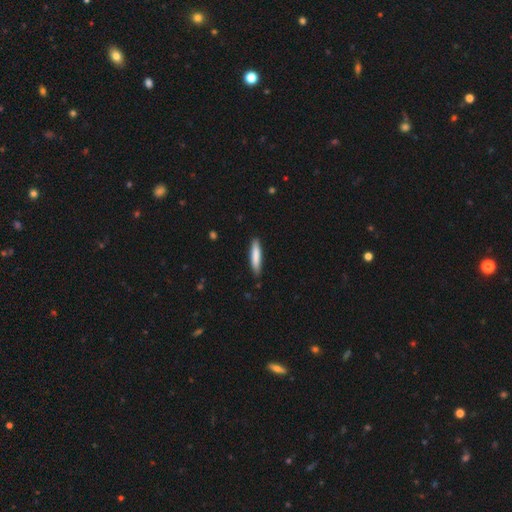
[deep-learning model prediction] Q: Smooth or featured?
A: smooth (81%); runner-up: featured or disk (13%)
Q: How rounded?
A: cigar-shaped (87%); runner-up: in between (12%)
Q: Merging?
A: none (87%); runner-up: minor disturbance (10%)